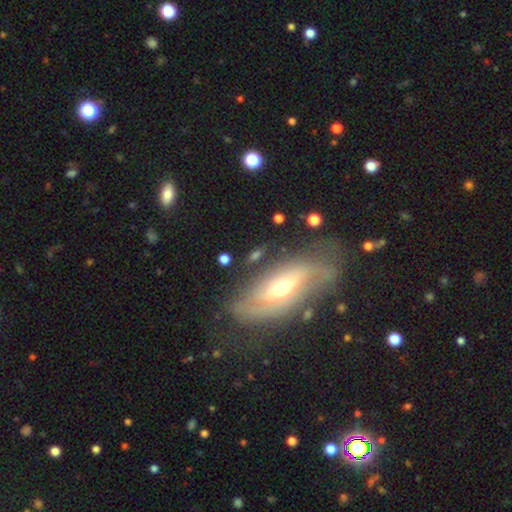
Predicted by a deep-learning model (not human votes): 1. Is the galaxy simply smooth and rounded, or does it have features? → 63% featured or disk, 29% smooth, 8% star or artifact.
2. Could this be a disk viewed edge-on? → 73% no, 27% yes.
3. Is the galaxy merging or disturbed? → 60% none, 22% minor disturbance, 14% major disturbance, 4% merger.